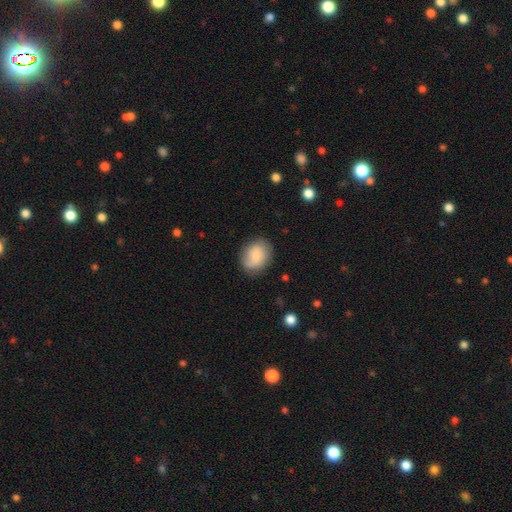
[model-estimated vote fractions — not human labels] Smooth or featured? Predicted: smooth (p=0.73). How rounded? Predicted: in between (p=0.53). Merging? Predicted: none (p=0.76).